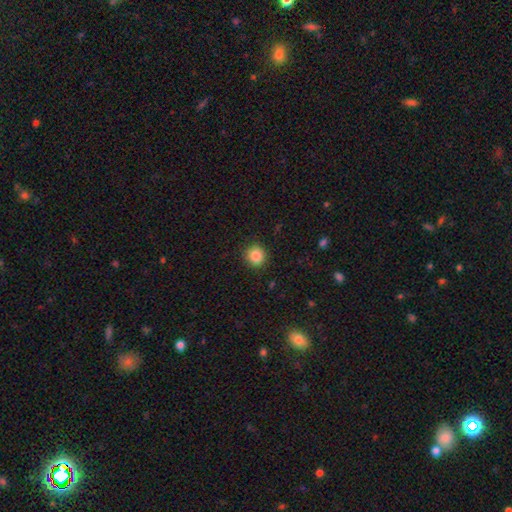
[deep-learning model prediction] smooth-or-featured: smooth: 86% | star or artifact: 10% | featured or disk: 4%
  how-rounded: round: 84% | in between: 15% | cigar-shaped: 1%
  merging: none: 89% | minor disturbance: 8% | major disturbance: 2% | merger: 1%